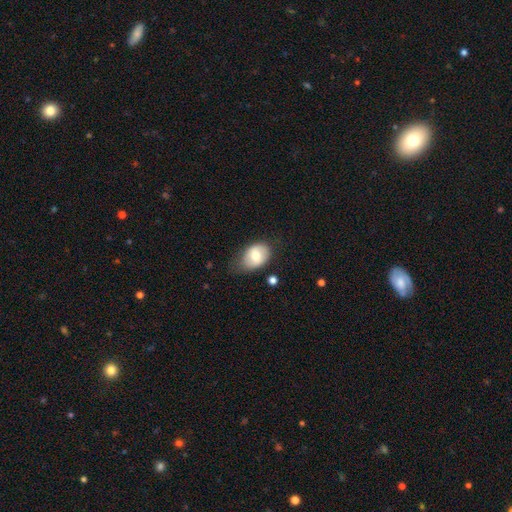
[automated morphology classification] The model was most divided on "merging": none: 57%, minor disturbance: 31%, major disturbance: 9%, merger: 3%. More confident: how rounded — in between (80%); smooth or featured — smooth (70%).